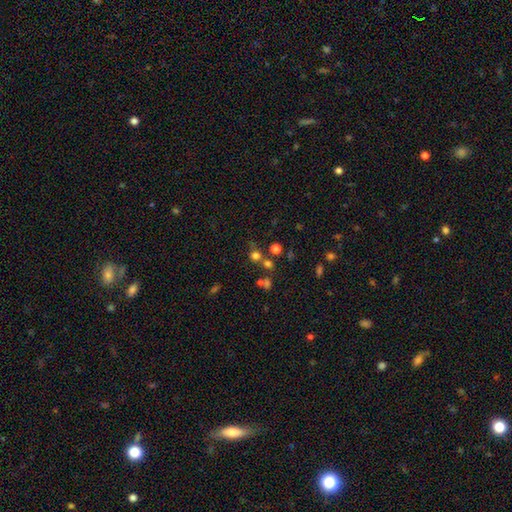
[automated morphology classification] The model was most divided on "merging": none: 62%, merger: 24%, minor disturbance: 9%, major disturbance: 5%. More confident: how rounded — round (86%); smooth or featured — smooth (65%).